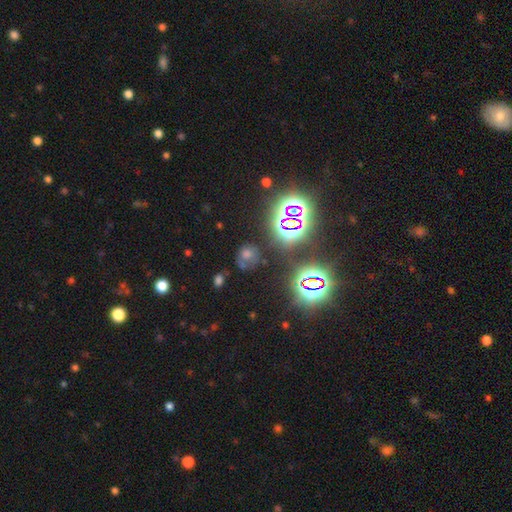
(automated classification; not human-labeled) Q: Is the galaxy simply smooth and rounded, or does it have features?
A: star or artifact — 73%.